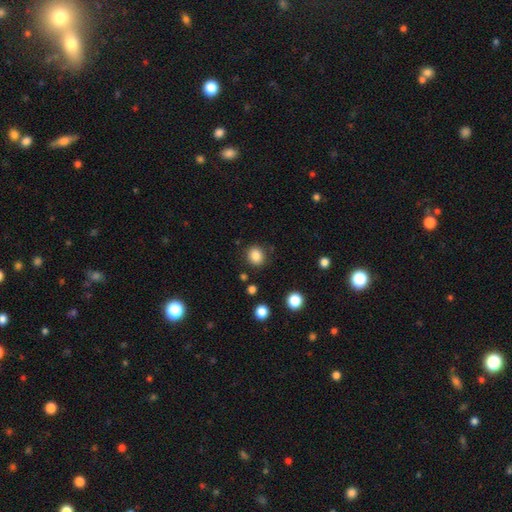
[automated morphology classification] This is clearly a smooth galaxy (84%). How rounded: likely round (76%). Merging: clearly none (86%).